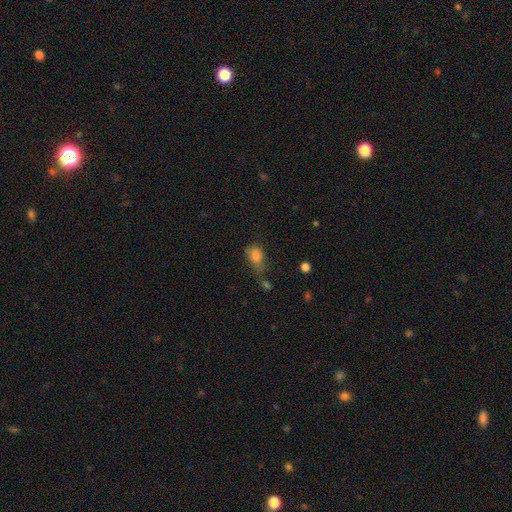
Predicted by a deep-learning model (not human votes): Morphology: type=smooth (80%); roundness=in between (70%); merging=none (38%).